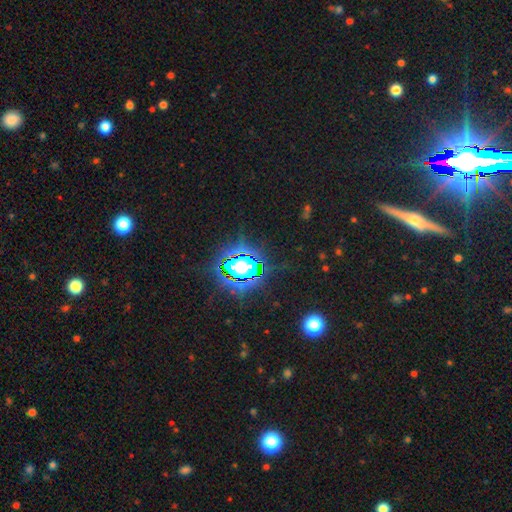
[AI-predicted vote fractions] Smooth or featured?
  - star or artifact: 78% *
  - featured or disk: 11%
  - smooth: 11%